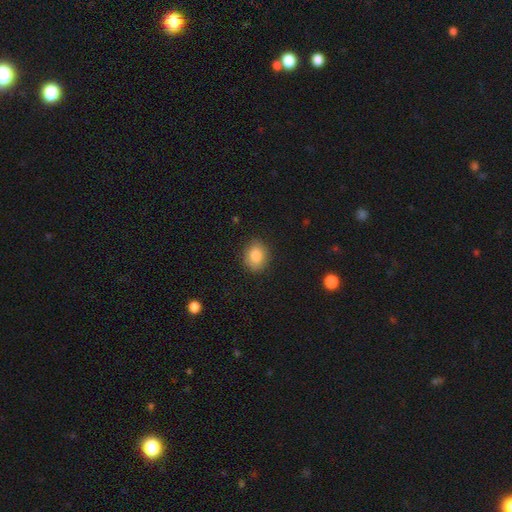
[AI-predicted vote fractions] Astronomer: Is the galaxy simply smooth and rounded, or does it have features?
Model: smooth — 85%.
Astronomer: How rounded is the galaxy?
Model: round — 55% (runner-up: in between, 44%).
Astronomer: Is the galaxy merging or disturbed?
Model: none — 87%.